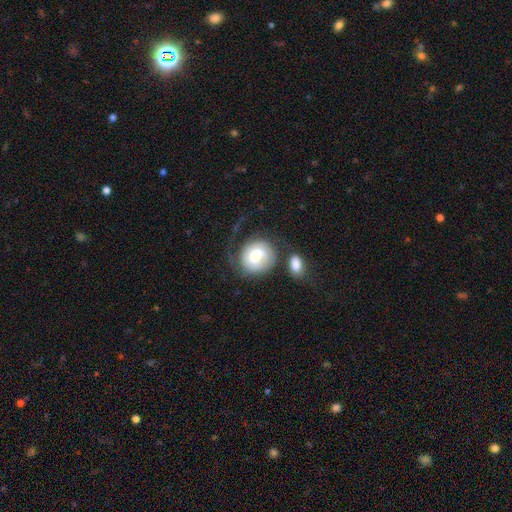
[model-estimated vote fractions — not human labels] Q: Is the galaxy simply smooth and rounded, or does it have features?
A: featured or disk — 49%.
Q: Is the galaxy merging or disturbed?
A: none — 42%.